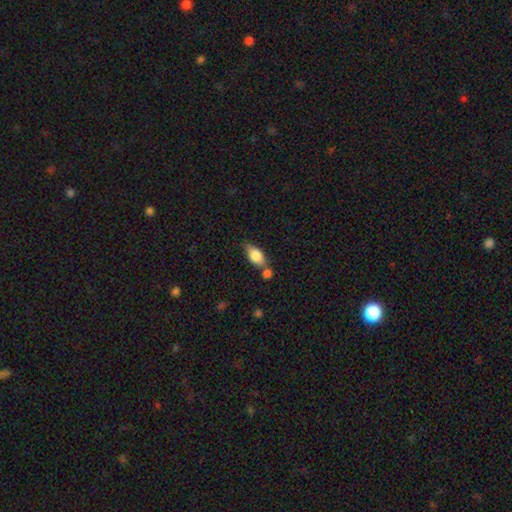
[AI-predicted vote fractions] Overall: smooth (79%). How rounded: in between (86%). Merging: none (49%; merger 31%).